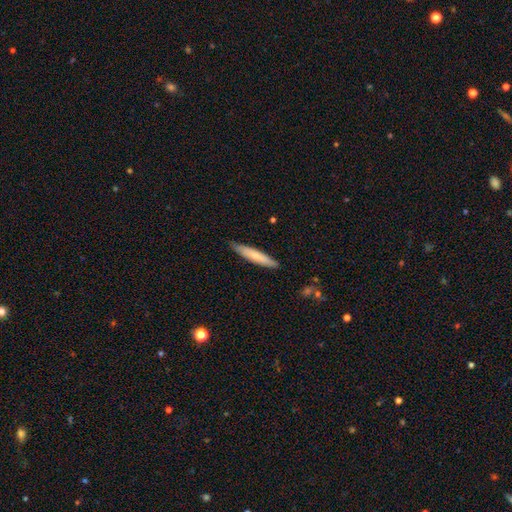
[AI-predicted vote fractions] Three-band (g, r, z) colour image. It shows a smooth galaxy with no disk features (67%) that is cigar-shaped (91%). Merging: none (85%).